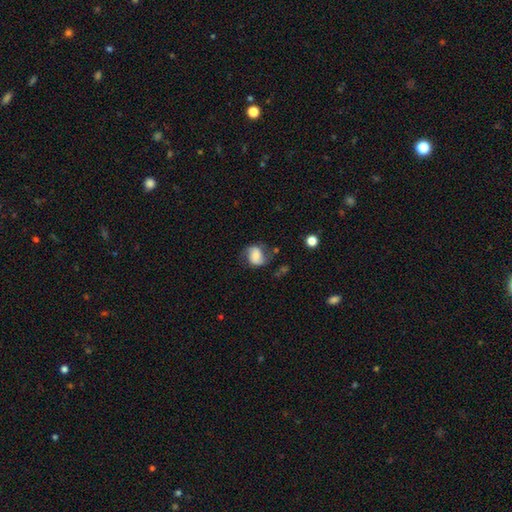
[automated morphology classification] smooth-or-featured: featured or disk: 46% | smooth: 45% | star or artifact: 9%
  merging: none: 57% | minor disturbance: 25% | major disturbance: 15% | merger: 3%